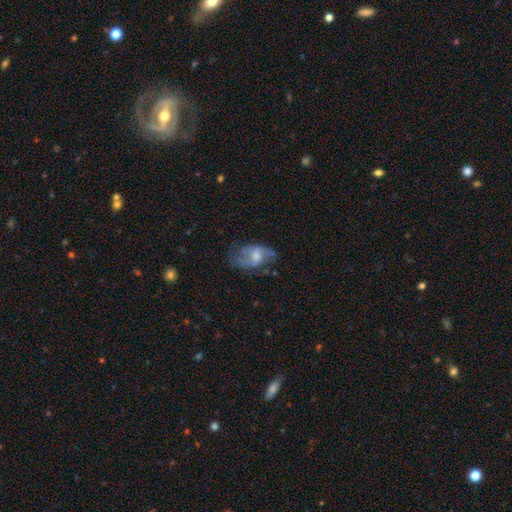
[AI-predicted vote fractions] Smooth or featured: featured or disk — 55% (smooth — 37%)
Edge-on disk: no — 96% (yes — 4%)
Bar: no — 49% (weak — 42%)
Spiral arms: yes — 70% (no — 30%)
Bulge size: moderate — 46% (small — 27%)
Merging: none — 48% (minor disturbance — 27%)